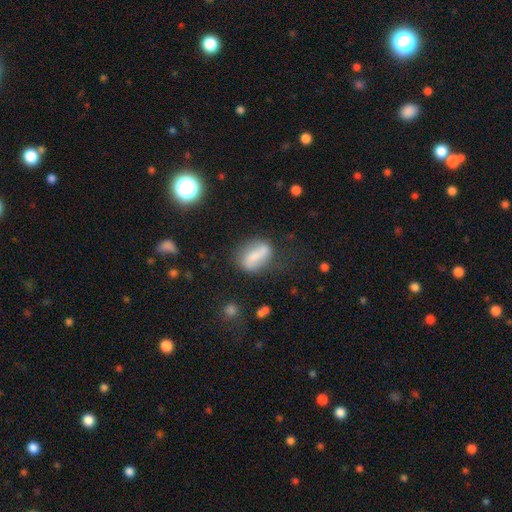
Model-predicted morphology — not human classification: Overall: smooth (55%; featured or disk 36%). How rounded: in between (74%). Merging: none (63%).